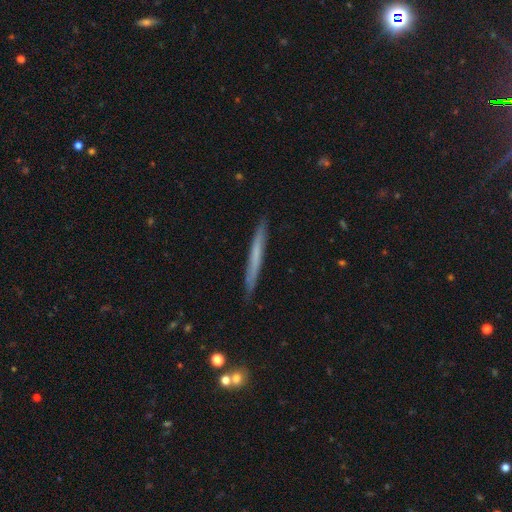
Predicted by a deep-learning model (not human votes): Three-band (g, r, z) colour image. It shows a smooth galaxy with no disk features (52%) that is cigar-shaped (97%). Merging: none (88%).